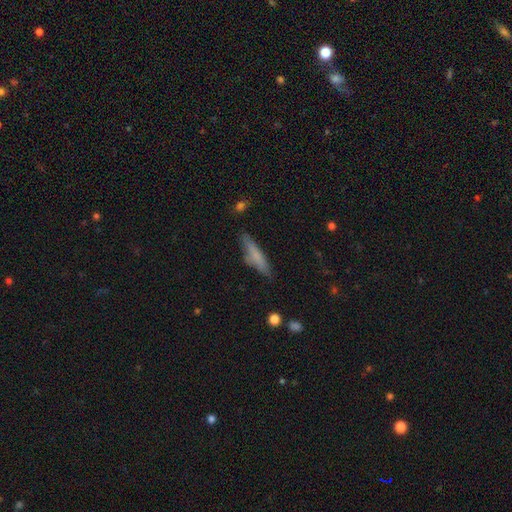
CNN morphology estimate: Smooth or featured? Predicted: smooth (p=0.68). How rounded? Predicted: cigar-shaped (p=0.84). Merging? Predicted: none (p=0.75).